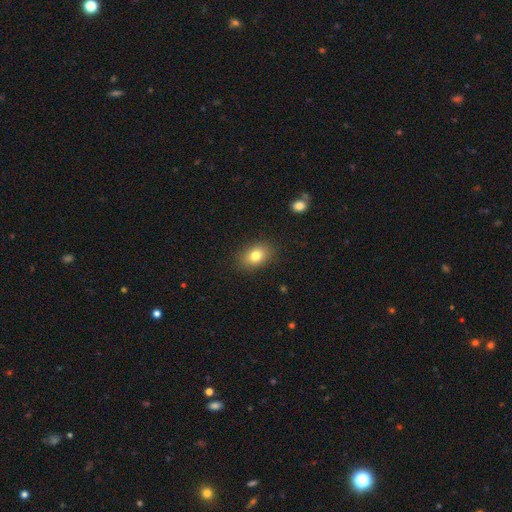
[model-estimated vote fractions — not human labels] Smooth or featured? smooth (80%)
How rounded? in between (72%)
Merging? none (87%)